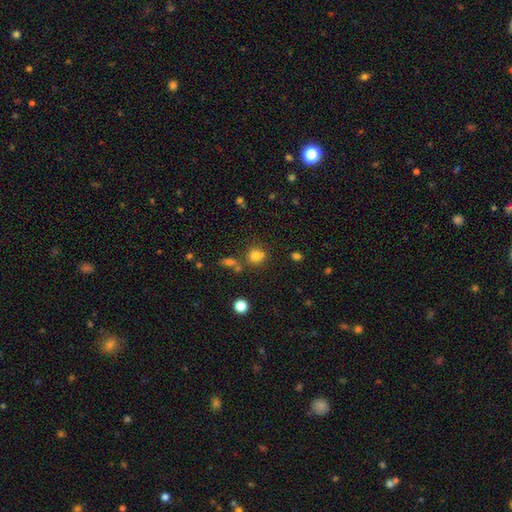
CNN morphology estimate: Overall: smooth (74%). How rounded: round (80%). Merging: none (57%; merger 25%).